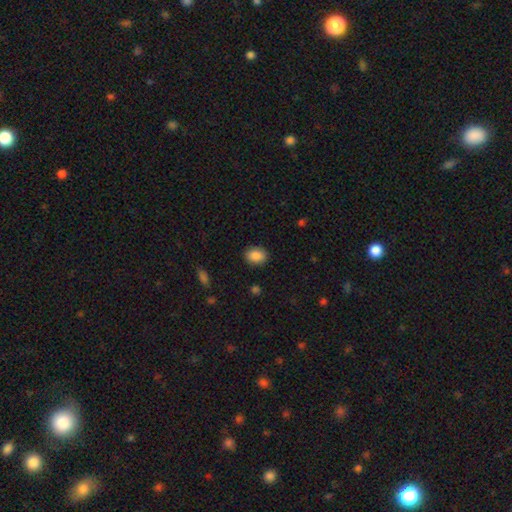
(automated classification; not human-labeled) Smooth or featured? Predicted: smooth (p=0.88). How rounded? Predicted: in between (p=0.69). Merging? Predicted: none (p=0.87).